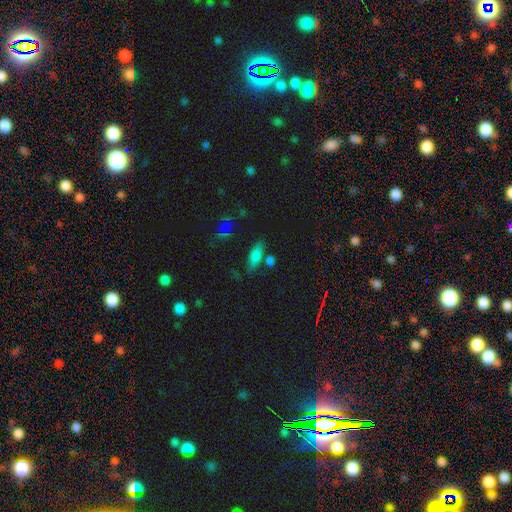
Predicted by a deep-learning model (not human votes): The model was most divided on "how rounded": in between: 65%, cigar-shaped: 31%, round: 4%. More confident: smooth or featured — smooth (79%); merging — none (70%).